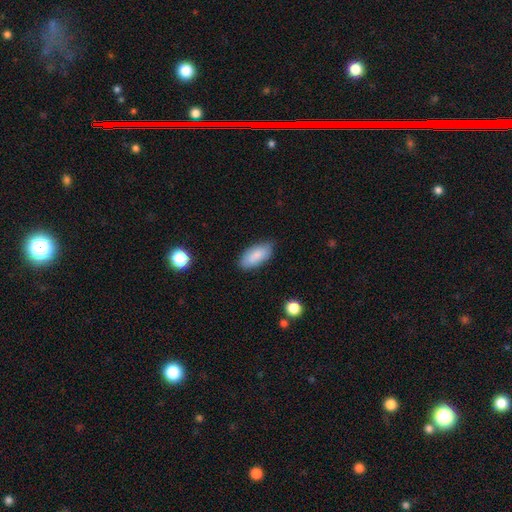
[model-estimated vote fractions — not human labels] The model was most divided on "merging": none: 80%, minor disturbance: 16%, major disturbance: 3%, merger: 1%. More confident: how rounded — in between (91%); smooth or featured — smooth (82%).